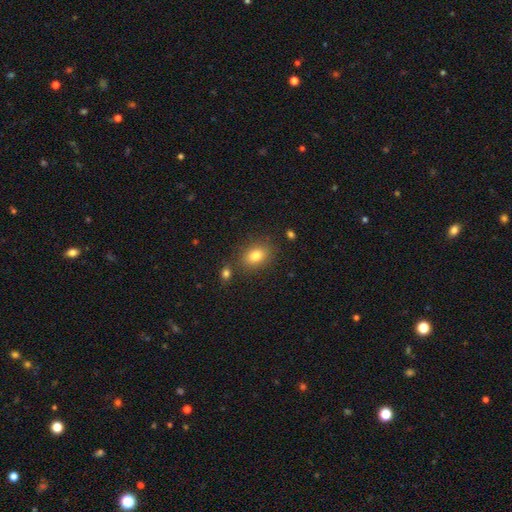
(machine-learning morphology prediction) type=smooth (81%); roundness=in between (72%); merging=none (80%).